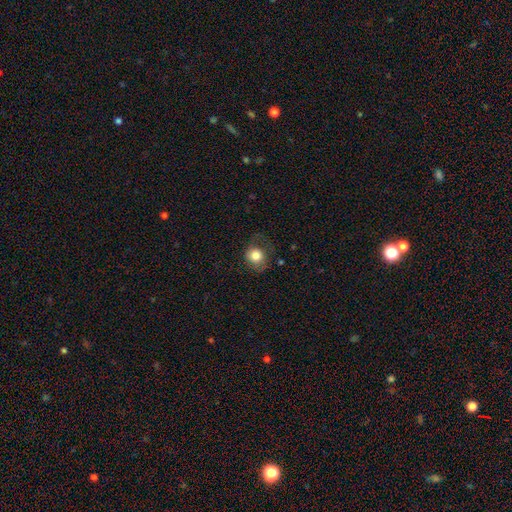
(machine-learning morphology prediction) Smooth or featured? Predicted: smooth (p=0.80). How rounded? Predicted: round (p=0.80). Merging? Predicted: none (p=0.59).